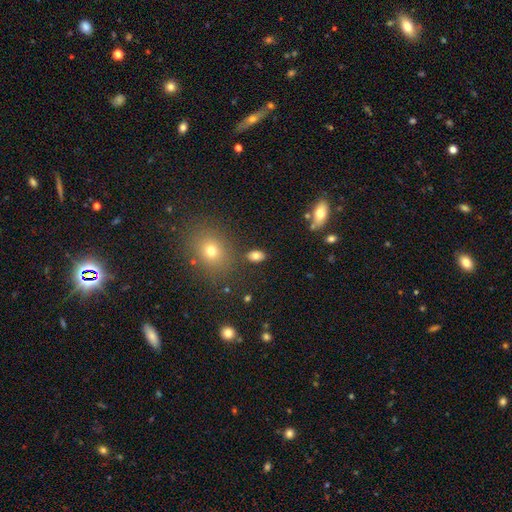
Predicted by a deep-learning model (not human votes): smooth_or_featured: smooth (p=0.81) [alt: star or artifact p=0.12]
how_rounded: in between (p=0.85) [alt: round p=0.13]
merging: none (p=0.83) [alt: minor disturbance p=0.09]